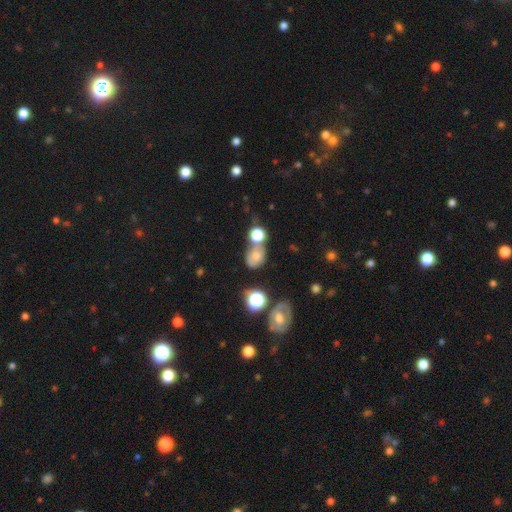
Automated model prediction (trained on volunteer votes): The model was most divided on "how rounded": in between: 50%, round: 48%, cigar-shaped: 2%. Remaining: smooth or featured — smooth (58%); merging — none (36%).